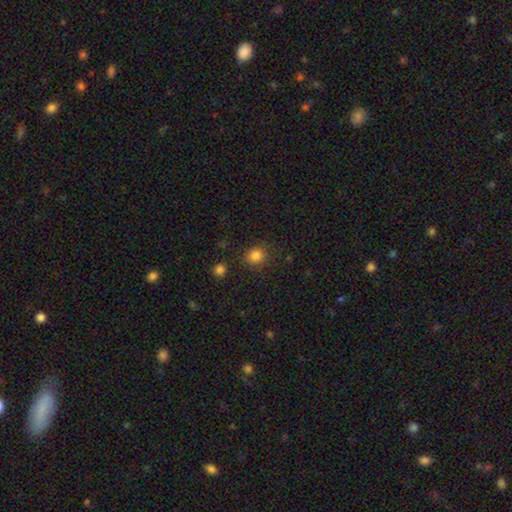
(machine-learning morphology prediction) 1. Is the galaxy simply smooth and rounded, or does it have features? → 83% smooth, 13% star or artifact, 4% featured or disk.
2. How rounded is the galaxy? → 86% round, 13% in between, 1% cigar-shaped.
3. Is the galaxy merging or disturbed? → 84% none, 9% minor disturbance, 4% major disturbance, 3% merger.